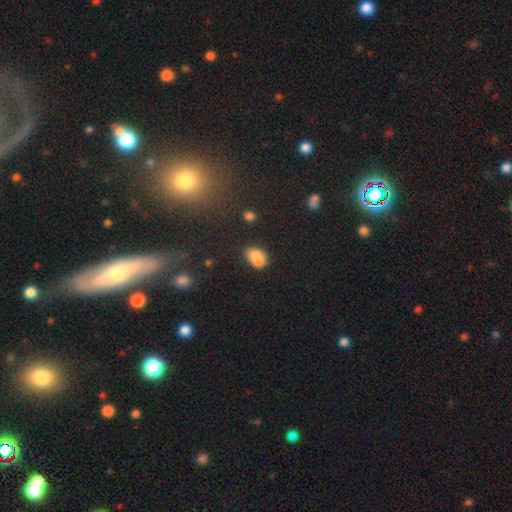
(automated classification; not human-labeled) This appears to be a smooth galaxy with no disk features (74%) that is in between round and cigar-shaped (68%). Merging: merger (52%).